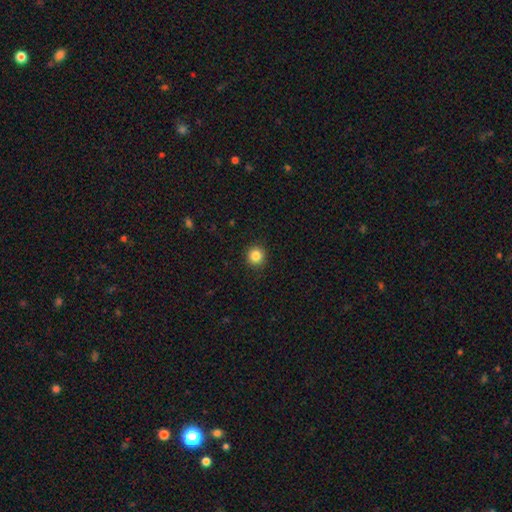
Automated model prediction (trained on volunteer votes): smooth-or-featured: smooth: 85% | star or artifact: 11% | featured or disk: 5%
  how-rounded: round: 94% | in between: 5% | cigar-shaped: 1%
  merging: none: 92% | minor disturbance: 5% | major disturbance: 2% | merger: 1%